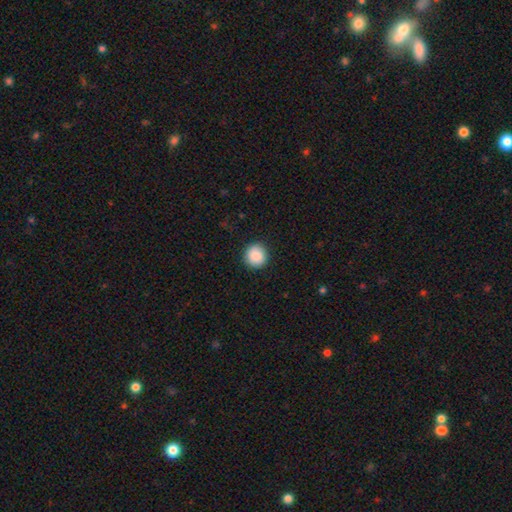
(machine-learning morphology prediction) A smooth galaxy with no disk features (89%) that is round (93%). Merging: none (91%).